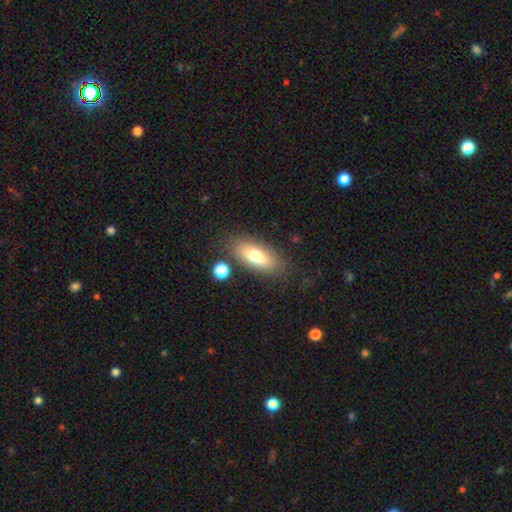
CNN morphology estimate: smooth_or_featured: smooth (p=0.73) [alt: featured or disk p=0.18]
how_rounded: in between (p=0.79) [alt: cigar-shaped p=0.18]
merging: none (p=0.79) [alt: minor disturbance p=0.12]